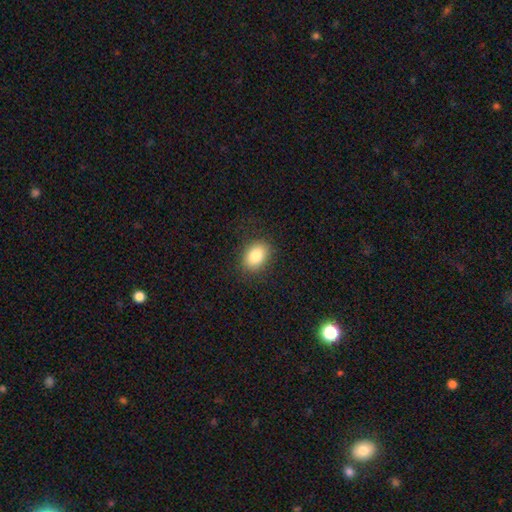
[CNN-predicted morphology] Smooth or featured: smooth — 84% (star or artifact — 8%)
How rounded: in between — 72% (round — 27%)
Merging: none — 85% (minor disturbance — 10%)